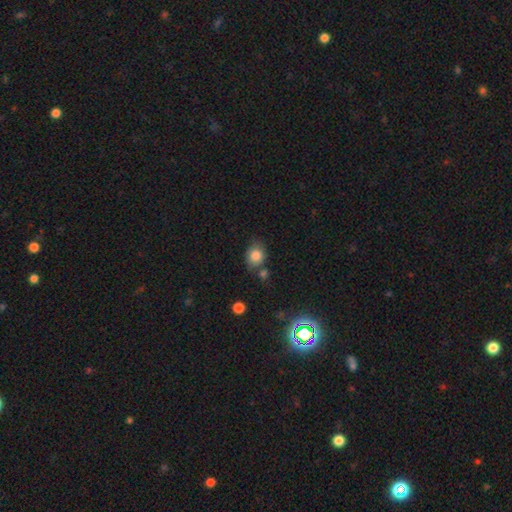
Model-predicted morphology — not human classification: smooth 82%, star or artifact 10%, featured or disk 8%. Down the decision tree: how rounded — round (54%); merging — none (64%).